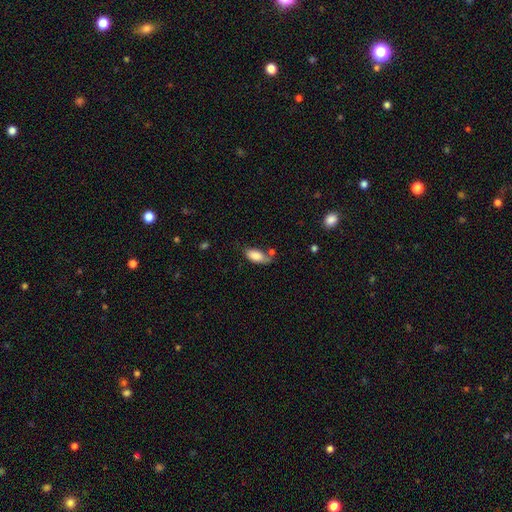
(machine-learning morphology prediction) This is clearly a smooth galaxy (83%). How rounded: clearly in between (89%). Merging: possibly none (50%).